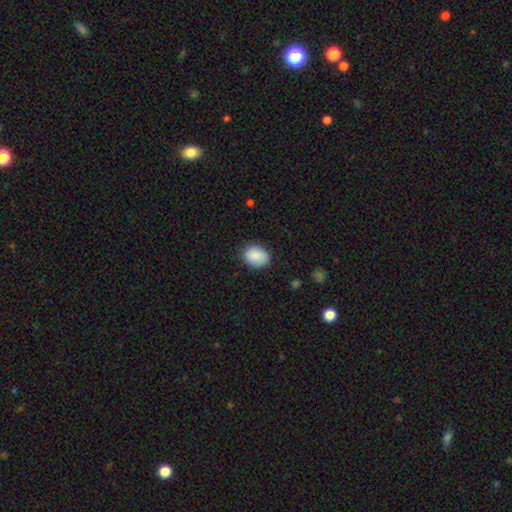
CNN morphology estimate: smooth-or-featured: smooth: 88% | star or artifact: 7% | featured or disk: 5%
  how-rounded: in between: 63% | round: 36% | cigar-shaped: 1%
  merging: none: 82% | minor disturbance: 14% | major disturbance: 3% | merger: 1%